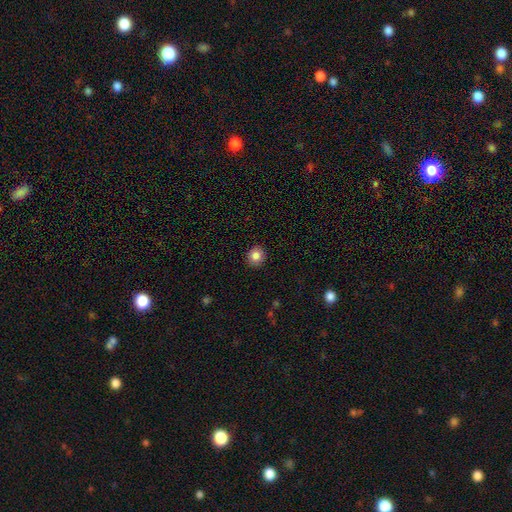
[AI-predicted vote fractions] Smooth or featured? smooth (84%)
How rounded? round (84%)
Merging? none (91%)